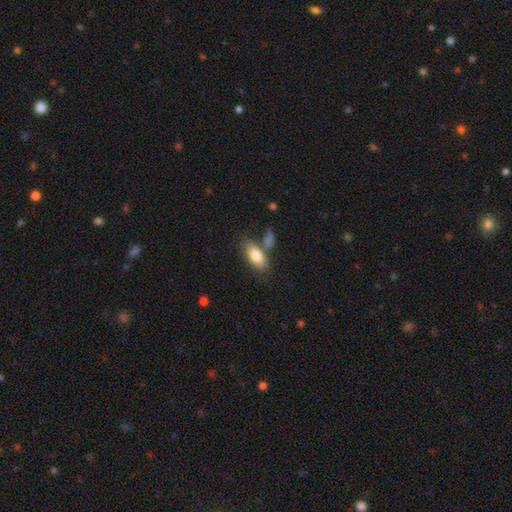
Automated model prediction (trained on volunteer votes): Q: Smooth or featured?
A: smooth (80%); runner-up: featured or disk (14%)
Q: How rounded?
A: in between (86%); runner-up: cigar-shaped (10%)
Q: Merging?
A: none (63%); runner-up: merger (18%)